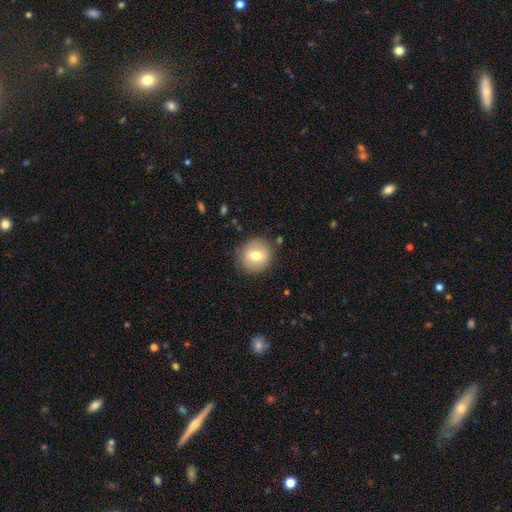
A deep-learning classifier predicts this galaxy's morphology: Overall: smooth (71%). How rounded: round (88%). Merging: none (87%).